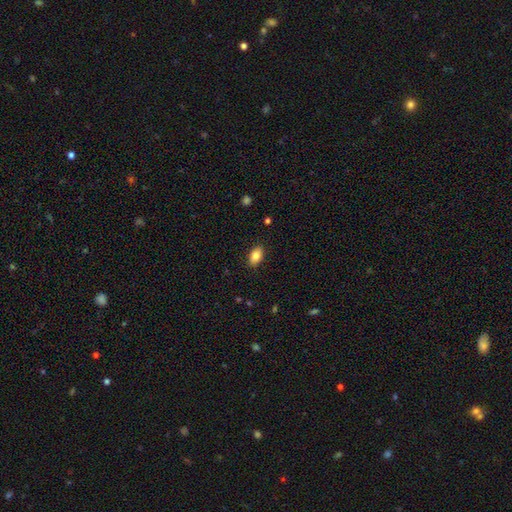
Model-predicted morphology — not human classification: Smooth or featured?
  - smooth: 84% *
  - featured or disk: 8%
  - star or artifact: 8%
How rounded?
  - in between: 91% *
  - round: 8%
  - cigar-shaped: 2%
Merging?
  - none: 88% *
  - minor disturbance: 9%
  - major disturbance: 2%
  - merger: 1%